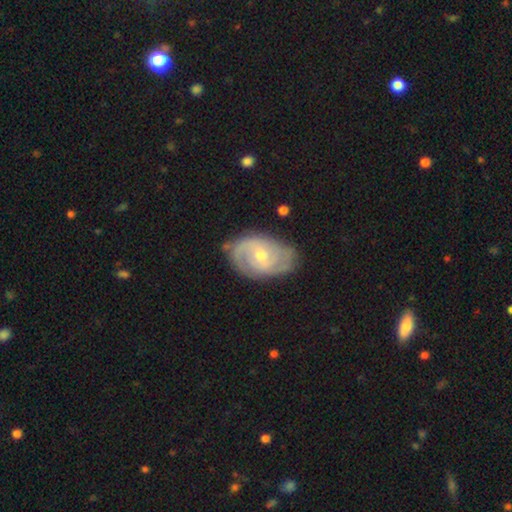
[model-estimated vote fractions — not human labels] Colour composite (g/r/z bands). It shows a featured or disk galaxy (75%) with no bar (51%), 2 (53%) tight (51%) spiral arms (91%) and a small central bulge (54%). Merging: none (79%).